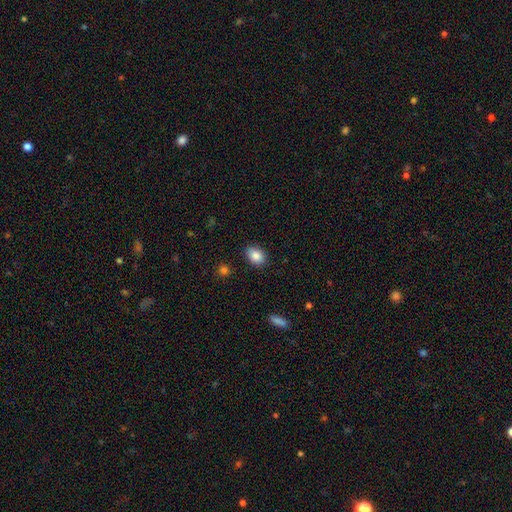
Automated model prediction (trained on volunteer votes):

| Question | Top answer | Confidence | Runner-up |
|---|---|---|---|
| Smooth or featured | smooth | 87% | star or artifact (8%) |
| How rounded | in between | 75% | round (24%) |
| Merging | none | 85% | minor disturbance (11%) |